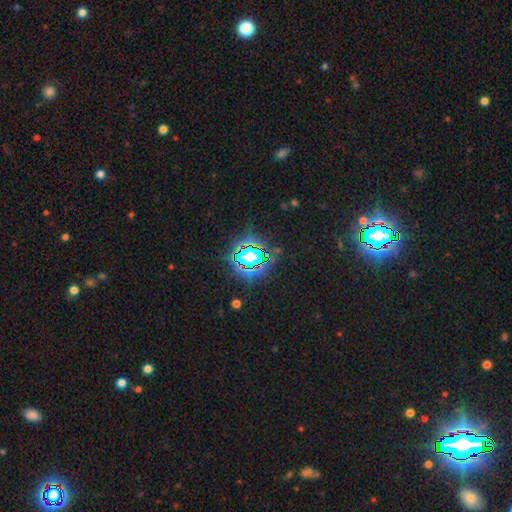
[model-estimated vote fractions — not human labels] Smooth or featured?
  - star or artifact: 71% *
  - smooth: 18%
  - featured or disk: 11%